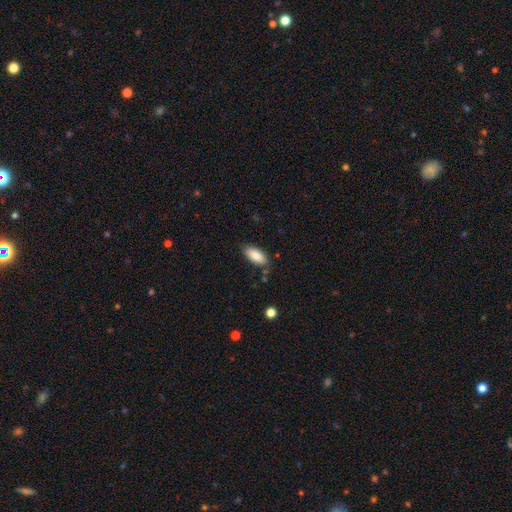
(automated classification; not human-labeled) This is clearly a smooth galaxy (85%). How rounded: clearly in between (88%). Merging: likely none (78%).